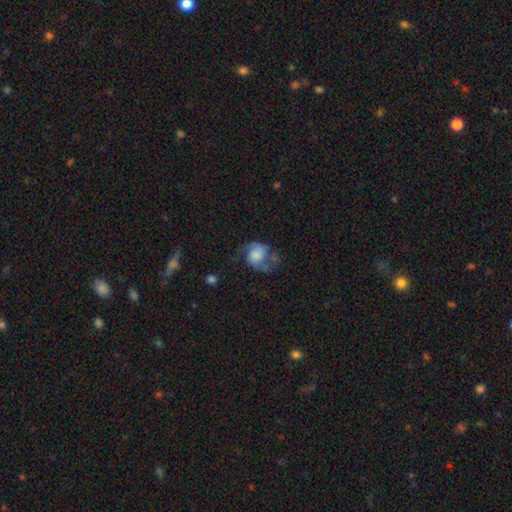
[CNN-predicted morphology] Smooth or featured? Predicted: featured or disk (p=0.63). Edge-on disk? Predicted: no (p=0.97). Bar? Predicted: no (p=0.68). Spiral arms? Predicted: yes (p=0.88). Spiral winding? Predicted: loose (p=0.43, tied with medium). Spiral arm count? Predicted: 2 (p=0.85). Bulge size? Predicted: large (p=0.31). Merging? Predicted: none (p=0.47).